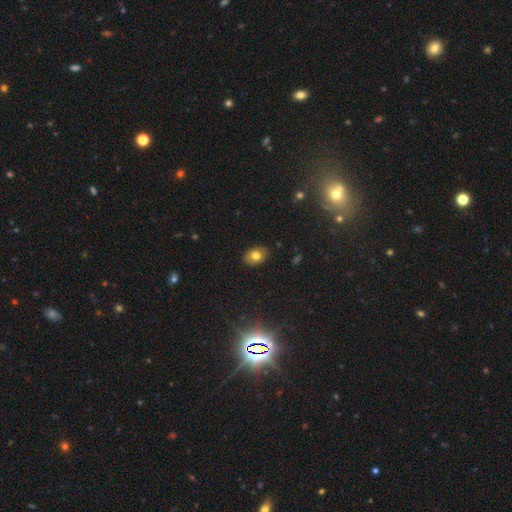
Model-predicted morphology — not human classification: Q: Smooth or featured?
A: smooth (74%); runner-up: featured or disk (15%)
Q: How rounded?
A: in between (71%); runner-up: round (28%)
Q: Merging?
A: none (86%); runner-up: minor disturbance (10%)